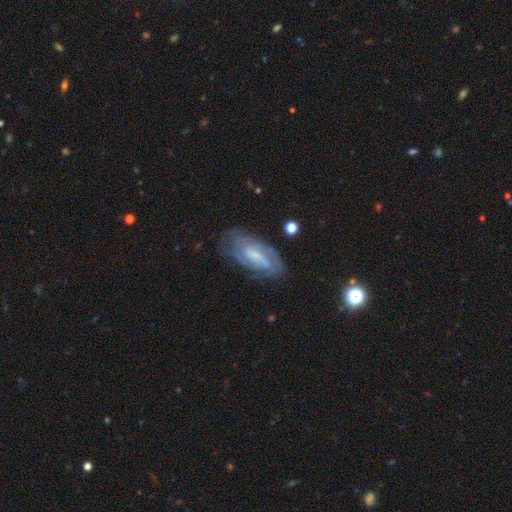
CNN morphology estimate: A featured or disk galaxy (71%) with a weak bar (45%), tight (52%) spiral arms (86%) and a small central bulge (47%). Merging: none (68%).